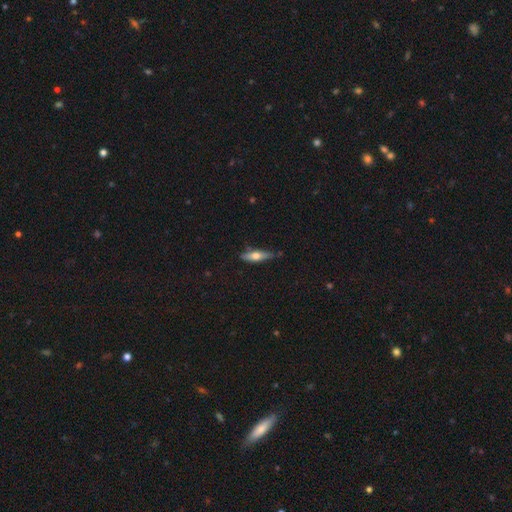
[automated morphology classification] smooth-or-featured: smooth: 53% | featured or disk: 40% | star or artifact: 6%
  how-rounded: cigar-shaped: 69% | in between: 29% | round: 2%
  merging: none: 69% | minor disturbance: 24% | major disturbance: 4% | merger: 3%